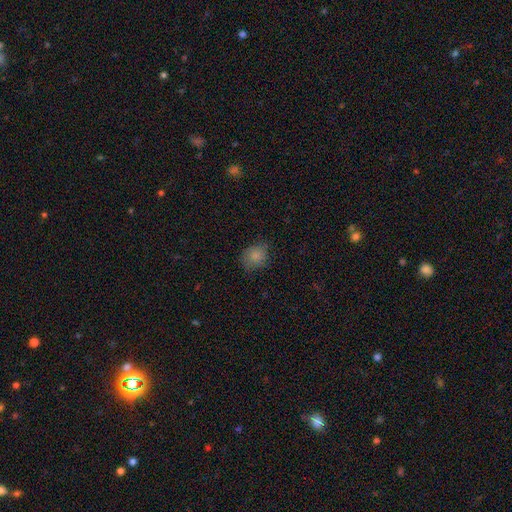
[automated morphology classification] Smooth or featured? smooth (83%)
How rounded? round (62%)
Merging? none (71%)